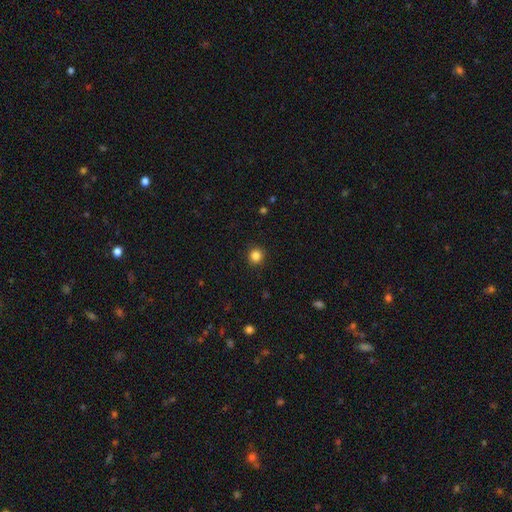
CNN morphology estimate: Smooth or featured? Predicted: smooth (p=0.84). How rounded? Predicted: round (p=0.94). Merging? Predicted: none (p=0.92).